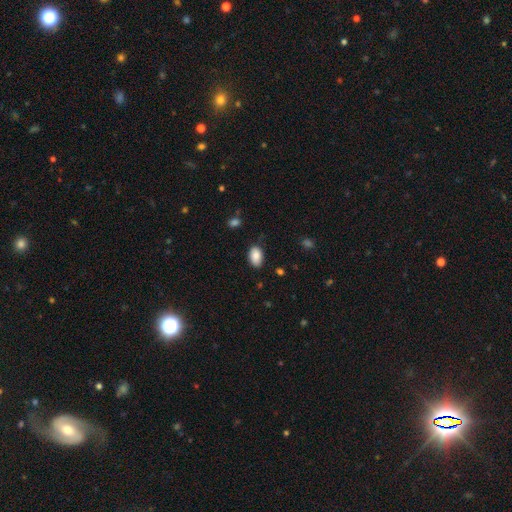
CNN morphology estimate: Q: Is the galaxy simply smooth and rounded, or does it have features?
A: smooth — 87%.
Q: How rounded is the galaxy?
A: in between — 92%.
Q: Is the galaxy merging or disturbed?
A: none — 82%.